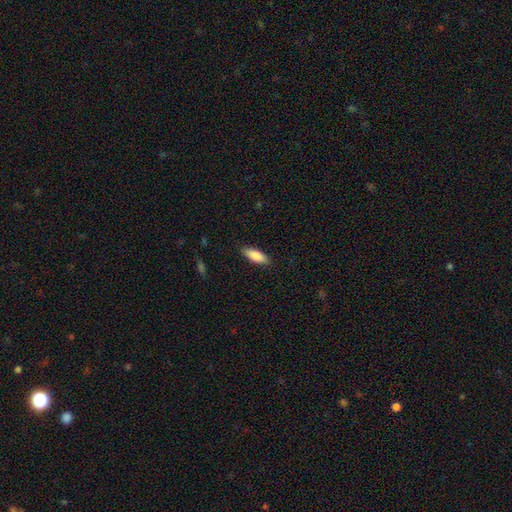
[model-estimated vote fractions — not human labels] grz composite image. It shows a smooth galaxy with no disk features (87%) that is in between round and cigar-shaped (67%). Merging: none (88%).